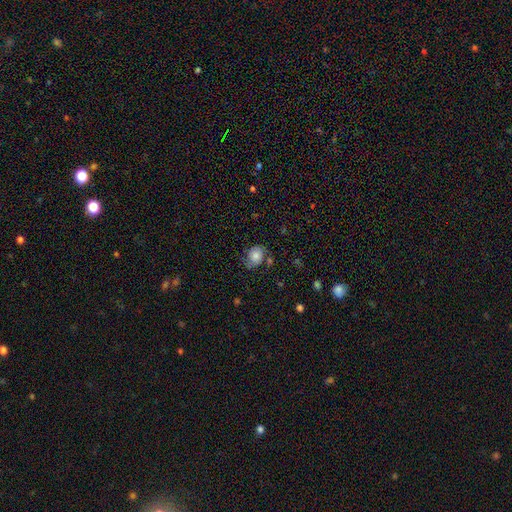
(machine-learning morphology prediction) type=smooth (47%); merging=none (58%).